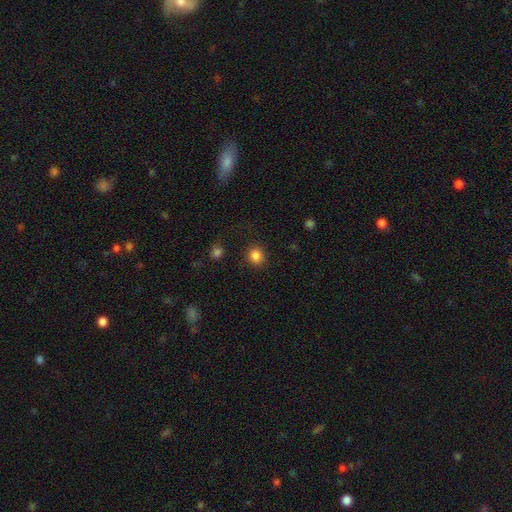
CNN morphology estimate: smooth_or_featured: smooth (p=0.85) [alt: star or artifact p=0.11]
how_rounded: round (p=0.83) [alt: in between p=0.16]
merging: none (p=0.87) [alt: minor disturbance p=0.08]